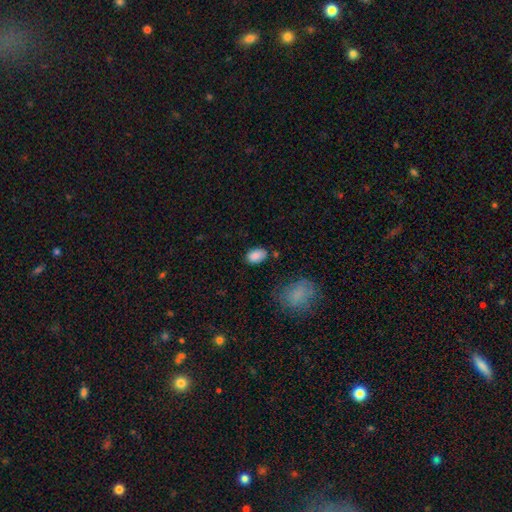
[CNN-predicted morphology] A smooth galaxy with no disk features (87%) that is in between round and cigar-shaped (87%).

Vote fractions:
- Smooth or featured? smooth: 87% / star or artifact: 8% / featured or disk: 5%
- How rounded? in between: 87% / round: 11% / cigar-shaped: 1%
- Merging? none: 75% / minor disturbance: 18% / major disturbance: 4% / merger: 3%